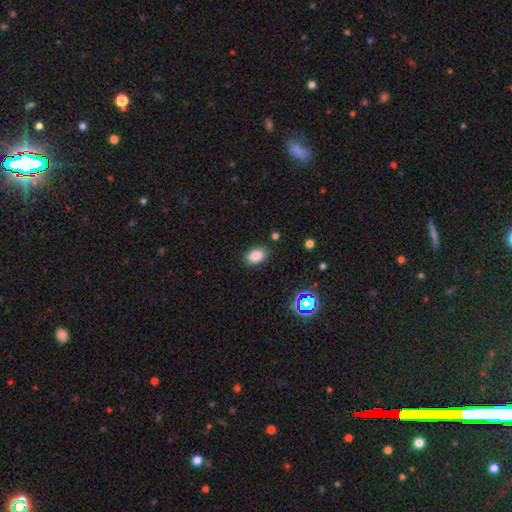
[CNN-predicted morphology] smooth-or-featured: smooth: 83% | star or artifact: 12% | featured or disk: 5%
  how-rounded: in between: 80% | round: 19% | cigar-shaped: 1%
  merging: none: 84% | minor disturbance: 11% | major disturbance: 3% | merger: 2%